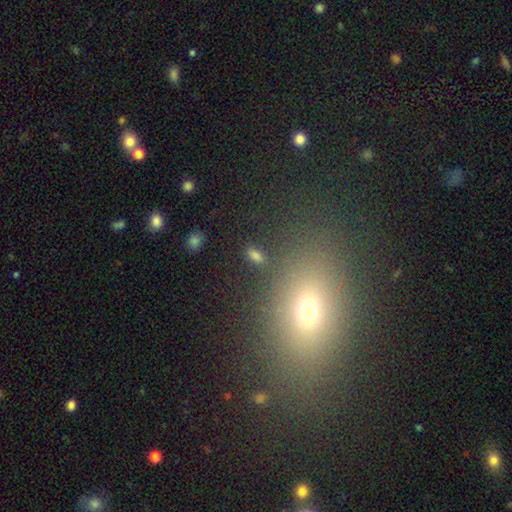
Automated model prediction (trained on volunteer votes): Q: Smooth or featured?
A: smooth (63%); runner-up: star or artifact (24%)
Q: How rounded?
A: in between (70%); runner-up: round (24%)
Q: Merging?
A: none (78%); runner-up: minor disturbance (10%)